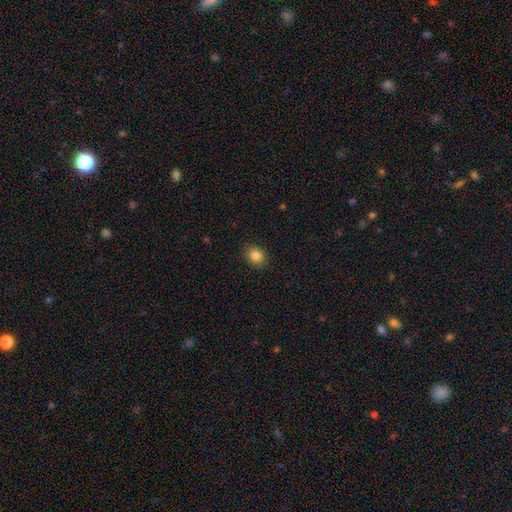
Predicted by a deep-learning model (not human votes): smooth_or_featured: smooth (p=0.84) [alt: star or artifact p=0.10]
how_rounded: round (p=0.64) [alt: in between p=0.35]
merging: none (p=0.90) [alt: minor disturbance p=0.07]